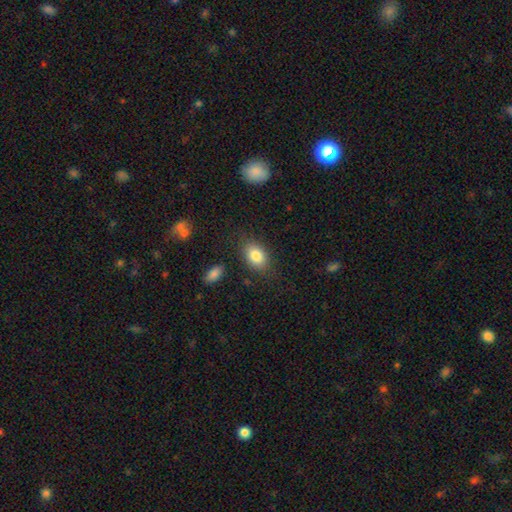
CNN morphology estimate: type=smooth (84%); roundness=in between (83%); merging=none (80%).